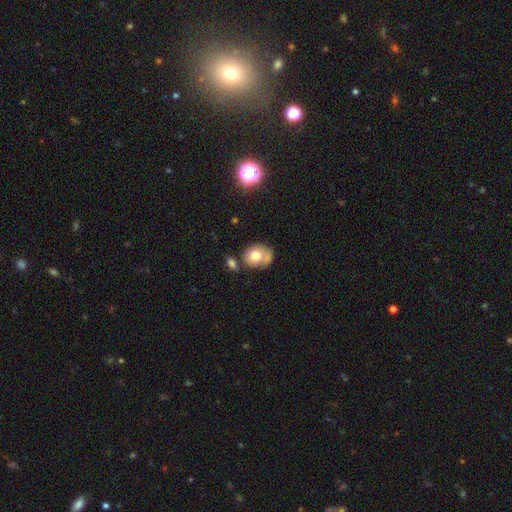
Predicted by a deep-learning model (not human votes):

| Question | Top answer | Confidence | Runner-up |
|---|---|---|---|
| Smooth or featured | smooth | 72% | featured or disk (19%) |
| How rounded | round | 58% | in between (41%) |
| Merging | none | 47% | merger (24%) |